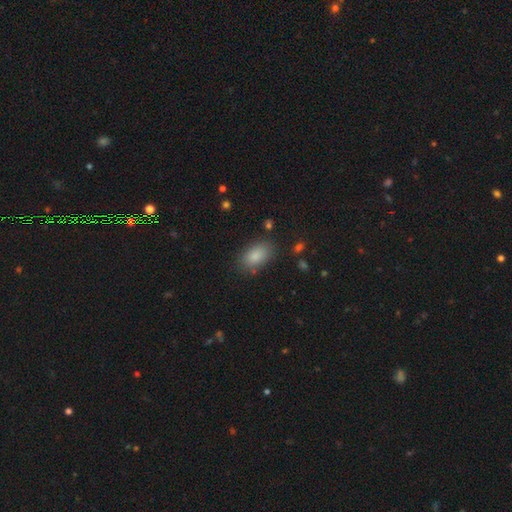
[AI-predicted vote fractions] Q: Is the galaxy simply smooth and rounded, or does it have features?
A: smooth — 85%.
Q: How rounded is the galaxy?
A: in between — 91%.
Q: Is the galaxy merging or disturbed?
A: none — 81%.